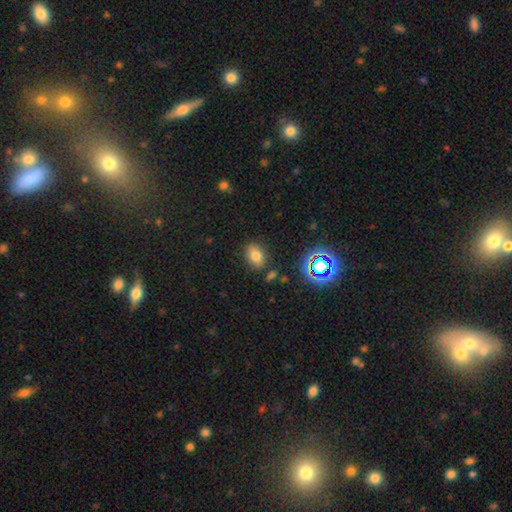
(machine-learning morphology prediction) Smooth or featured? Predicted: smooth (p=0.72). How rounded? Predicted: in between (p=0.72). Merging? Predicted: none (p=0.80).